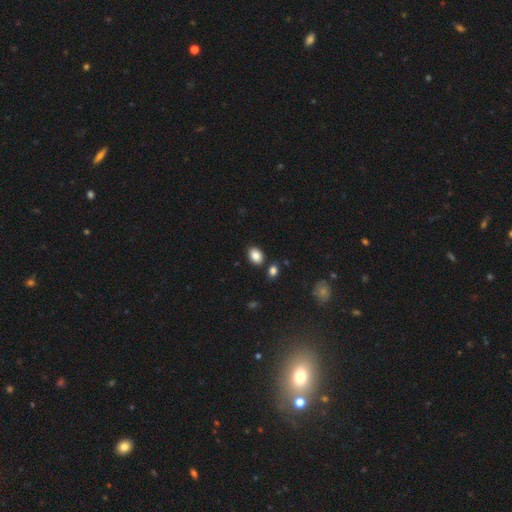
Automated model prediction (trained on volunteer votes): Smooth or featured? smooth (86%)
How rounded? in between (76%)
Merging? none (81%)